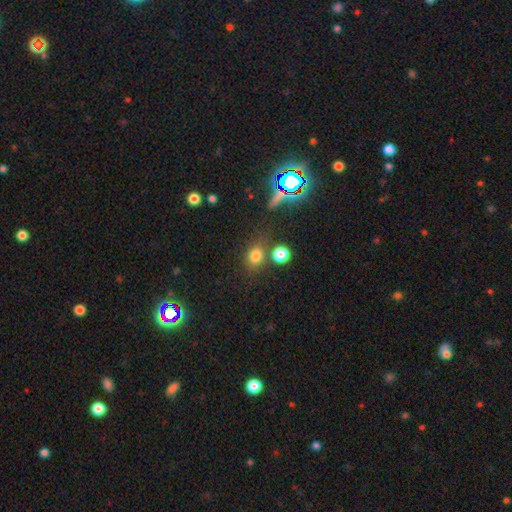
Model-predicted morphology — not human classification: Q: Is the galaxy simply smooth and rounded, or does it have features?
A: smooth — 74%.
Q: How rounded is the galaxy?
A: round — 54%.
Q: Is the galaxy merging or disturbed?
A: none — 67%.